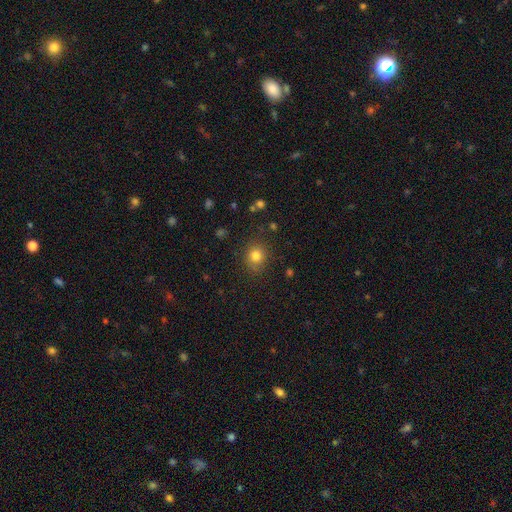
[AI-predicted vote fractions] smooth_or_featured: smooth (p=0.80) [alt: star or artifact p=0.13]
how_rounded: round (p=0.79) [alt: in between p=0.20]
merging: none (p=0.84) [alt: minor disturbance p=0.11]